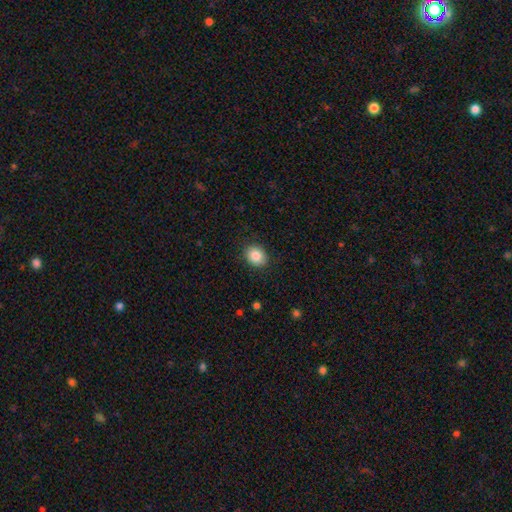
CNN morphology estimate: smooth_or_featured: smooth (p=0.86) [alt: star or artifact p=0.08]
how_rounded: round (p=0.55) [alt: in between p=0.44]
merging: none (p=0.88) [alt: minor disturbance p=0.09]